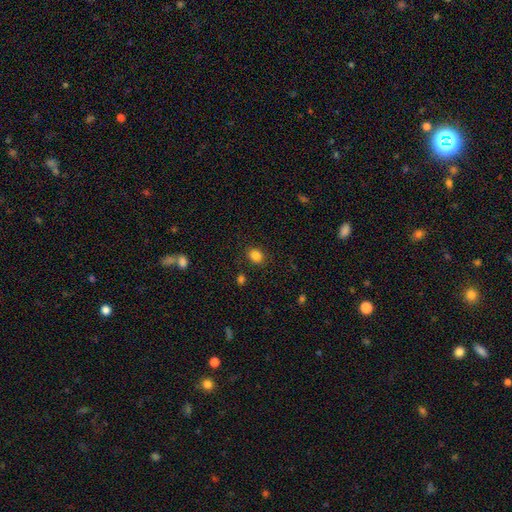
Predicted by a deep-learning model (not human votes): This is clearly a smooth galaxy (84%). How rounded: possibly round (50%). Merging: clearly none (86%).